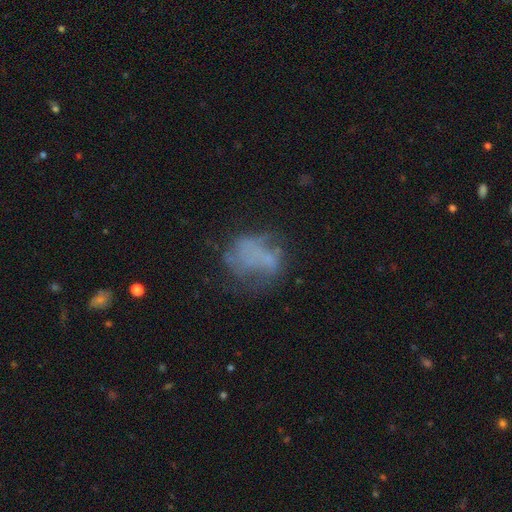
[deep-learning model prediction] A featured or disk galaxy (48%). Merging: none (43%).